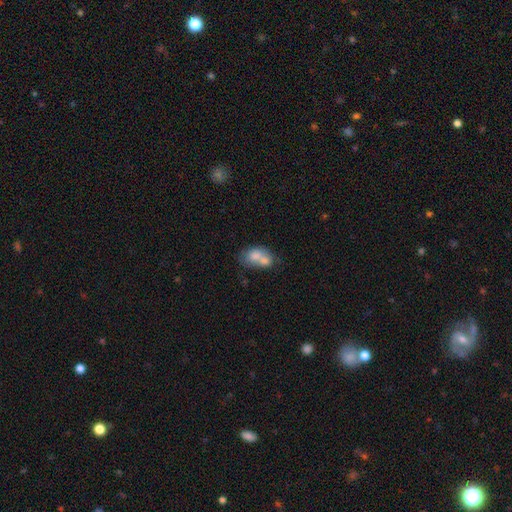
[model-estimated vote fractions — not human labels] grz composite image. It shows a smooth galaxy with no disk features (70%) that is in between round and cigar-shaped (68%). Merging: merger (64%).